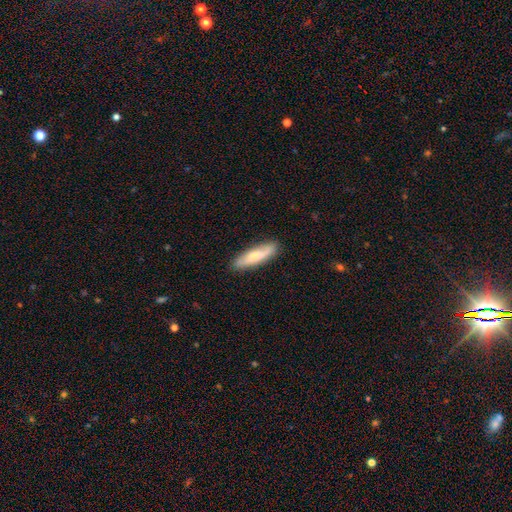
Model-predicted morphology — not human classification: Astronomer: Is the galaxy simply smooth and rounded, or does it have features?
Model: smooth — 67%.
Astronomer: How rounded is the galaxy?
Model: cigar-shaped — 71%.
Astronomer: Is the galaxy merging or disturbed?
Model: none — 86%.